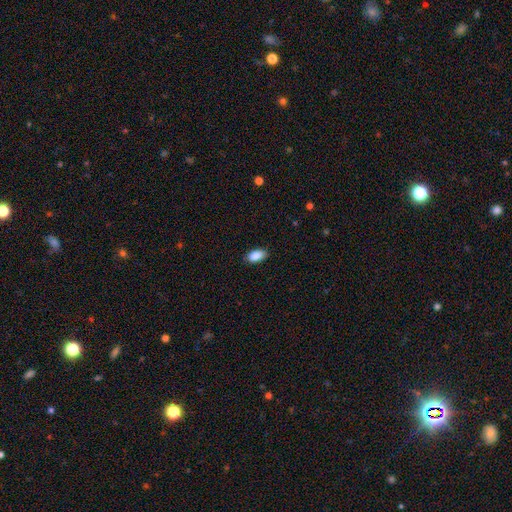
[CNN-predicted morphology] This is clearly a smooth galaxy (88%). How rounded: clearly in between (93%). Merging: clearly none (87%).